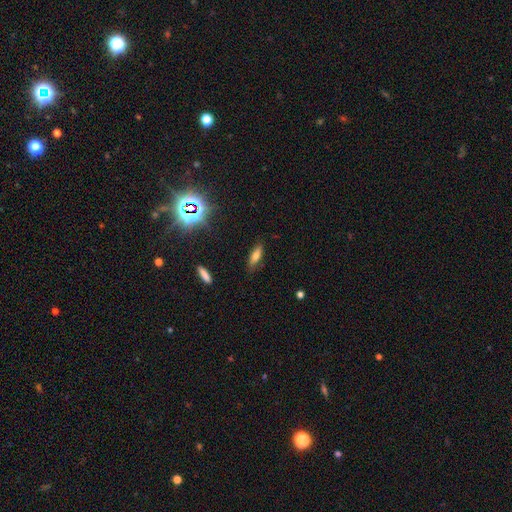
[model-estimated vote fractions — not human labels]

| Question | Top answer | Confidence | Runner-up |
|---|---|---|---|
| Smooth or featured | smooth | 67% | featured or disk (20%) |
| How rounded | in between | 55% | cigar-shaped (42%) |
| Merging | none | 82% | minor disturbance (13%) |